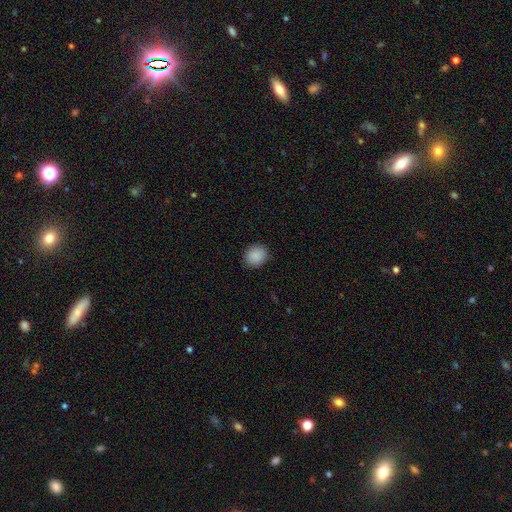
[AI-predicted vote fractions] smooth 89%, star or artifact 8%, featured or disk 3%. Down the decision tree: how rounded — round (77%); merging — none (88%).